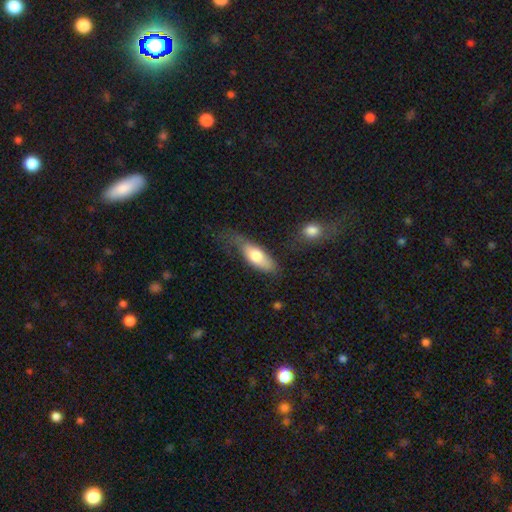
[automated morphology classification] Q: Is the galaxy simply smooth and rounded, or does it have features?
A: smooth — 70%.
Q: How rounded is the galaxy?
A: in between — 73%.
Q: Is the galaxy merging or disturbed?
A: none — 45%.